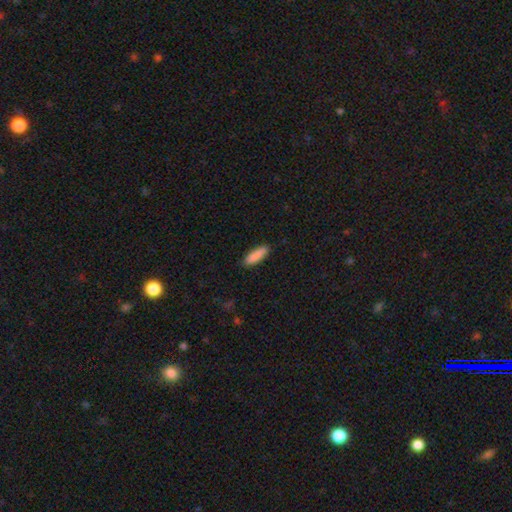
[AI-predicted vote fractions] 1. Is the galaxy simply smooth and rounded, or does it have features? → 89% smooth, 6% star or artifact, 5% featured or disk.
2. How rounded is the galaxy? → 59% cigar-shaped, 40% in between, 1% round.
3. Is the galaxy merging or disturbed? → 89% none, 8% minor disturbance, 2% major disturbance, 1% merger.